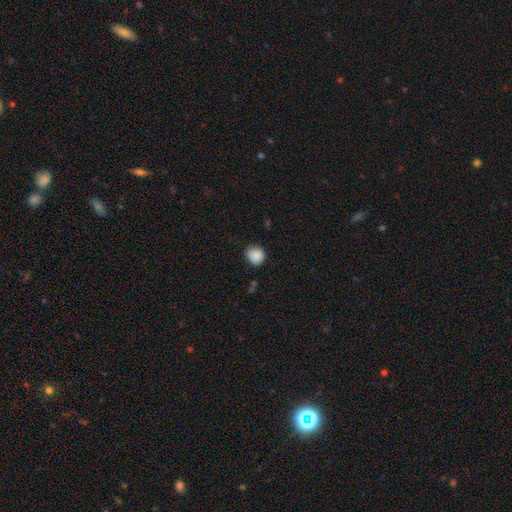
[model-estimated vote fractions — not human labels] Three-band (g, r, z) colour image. It shows a smooth galaxy with no disk features (88%) that is round (86%). Merging: none (79%).